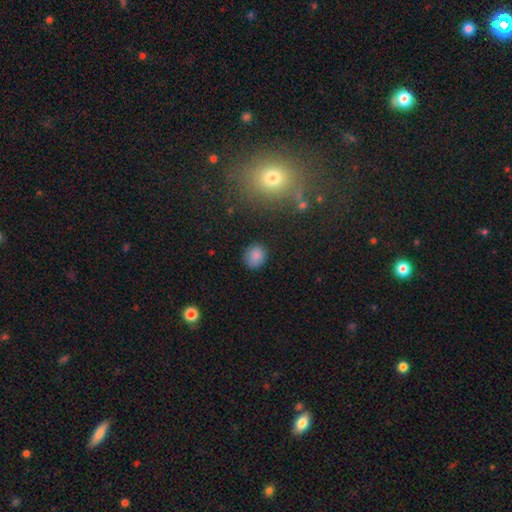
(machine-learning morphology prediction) This appears to be a smooth galaxy with no disk features (84%) that is round (70%). Merging: none (84%).